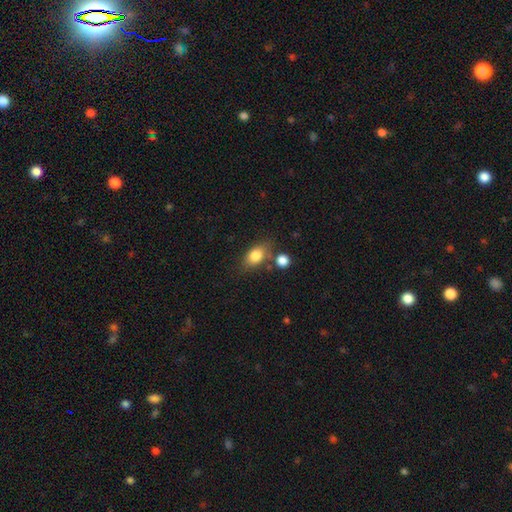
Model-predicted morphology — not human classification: smooth_or_featured: smooth (p=0.82) [alt: featured or disk p=0.10]
how_rounded: in between (p=0.79) [alt: round p=0.18]
merging: none (p=0.65) [alt: minor disturbance p=0.16]